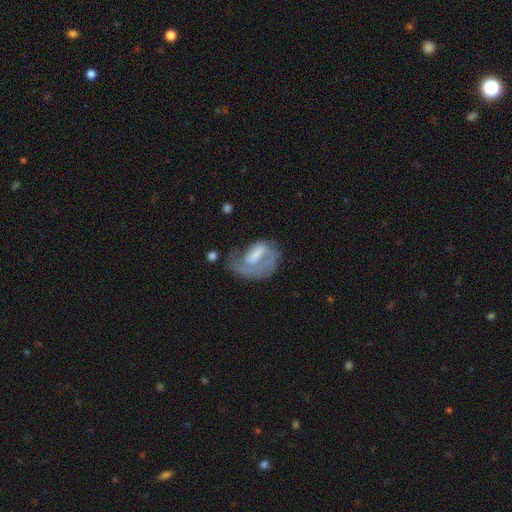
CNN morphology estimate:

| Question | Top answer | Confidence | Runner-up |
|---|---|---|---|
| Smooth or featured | featured or disk | 62% | smooth (31%) |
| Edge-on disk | no | 96% | yes (4%) |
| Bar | weak | 38% | no (33%) |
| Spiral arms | yes | 71% | no (29%) |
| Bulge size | none | 38% | moderate (25%) |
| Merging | major disturbance | 40% | none (34%) |